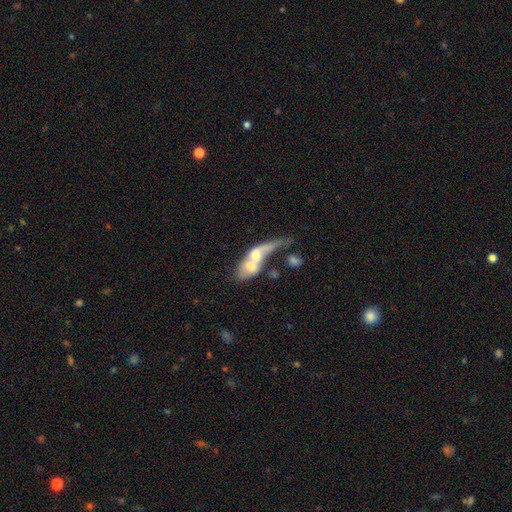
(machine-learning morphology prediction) Smooth or featured: smooth — 48% (featured or disk — 45%)
Merging: merger — 72% (major disturbance — 15%)